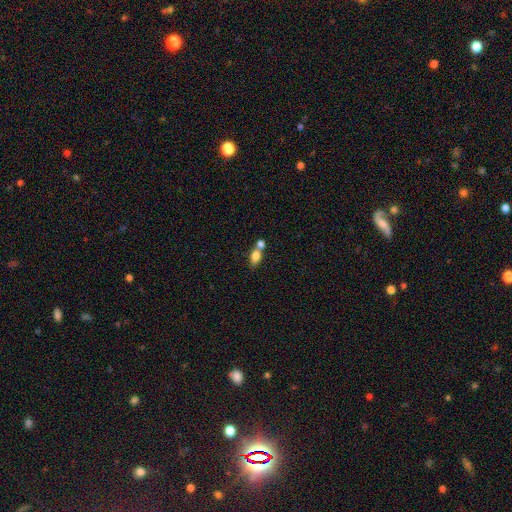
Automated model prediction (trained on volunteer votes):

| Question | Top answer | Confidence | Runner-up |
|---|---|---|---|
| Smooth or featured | smooth | 79% | featured or disk (12%) |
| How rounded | in between | 79% | round (15%) |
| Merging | merger | 48% | none (38%) |